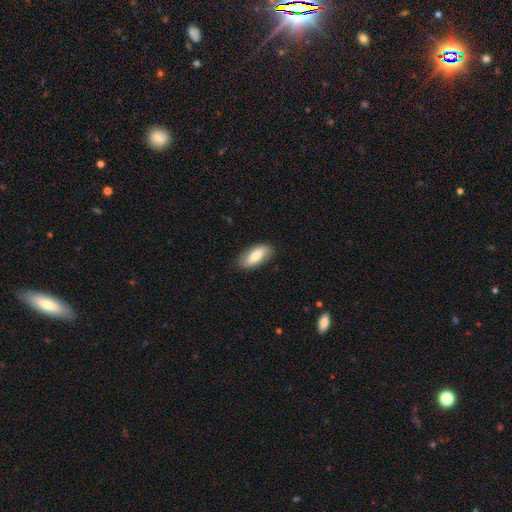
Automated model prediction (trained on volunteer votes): Smooth or featured: smooth — 73% (featured or disk — 21%)
How rounded: in between — 86% (cigar-shaped — 12%)
Merging: none — 84% (minor disturbance — 12%)